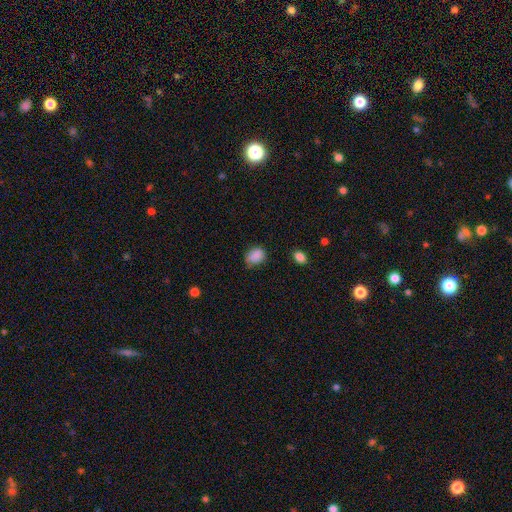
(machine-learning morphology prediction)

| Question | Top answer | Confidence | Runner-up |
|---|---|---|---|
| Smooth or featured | smooth | 86% | star or artifact (9%) |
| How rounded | in between | 63% | round (36%) |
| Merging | none | 62% | minor disturbance (29%) |